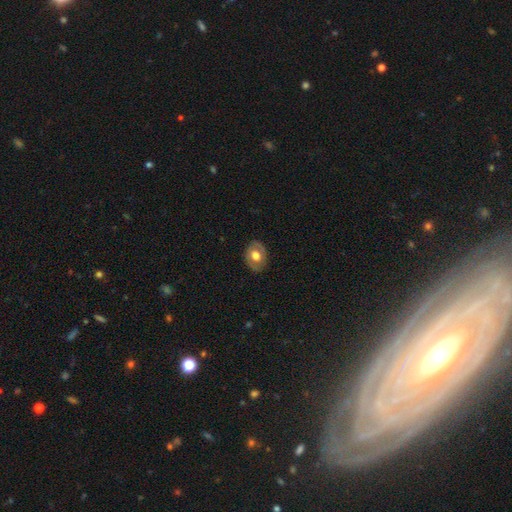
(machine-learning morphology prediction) Smooth or featured? Predicted: smooth (p=0.53). How rounded? Predicted: in between (p=0.63). Merging? Predicted: none (p=0.83).